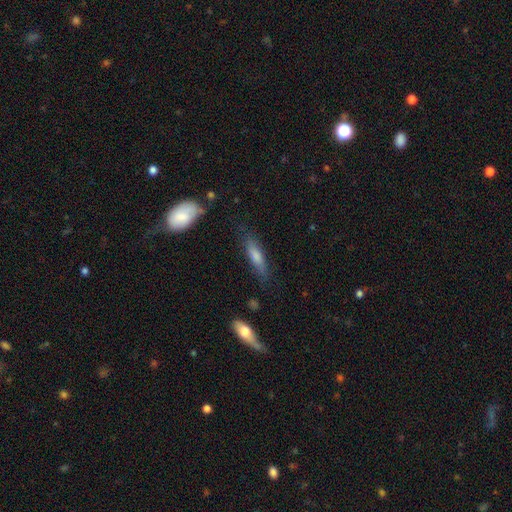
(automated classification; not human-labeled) smooth 60%, featured or disk 32%, star or artifact 8%. Down the decision tree: how rounded — cigar-shaped (71%); merging — none (71%).